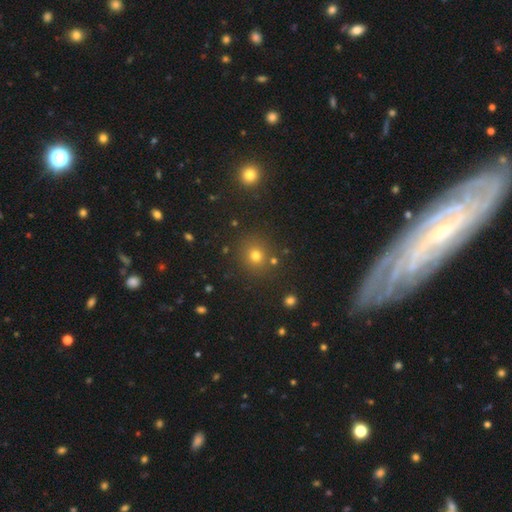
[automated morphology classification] This appears to be a smooth galaxy with no disk features (73%) that is round (88%). Merging: none (84%).